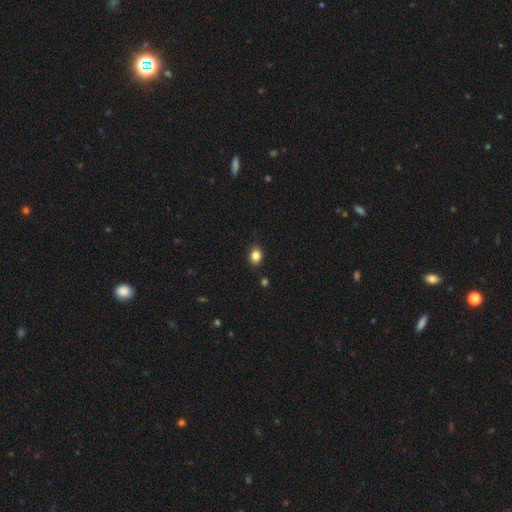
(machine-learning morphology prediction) smooth_or_featured: smooth (p=0.84) [alt: star or artifact p=0.10]
how_rounded: in between (p=0.60) [alt: round p=0.39]
merging: none (p=0.85) [alt: minor disturbance p=0.11]